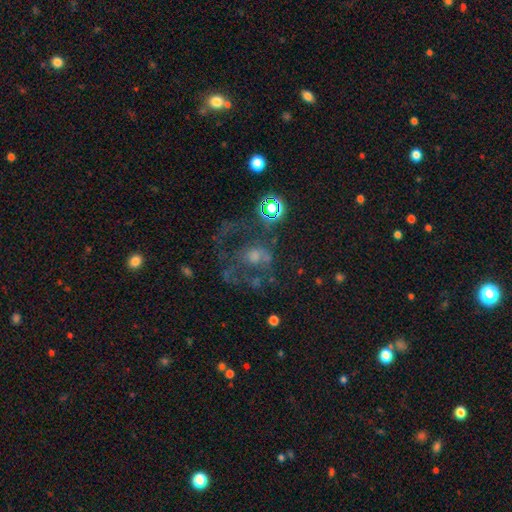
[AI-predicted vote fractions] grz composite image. It shows a featured or disk galaxy (44%). Merging: major disturbance (40%).